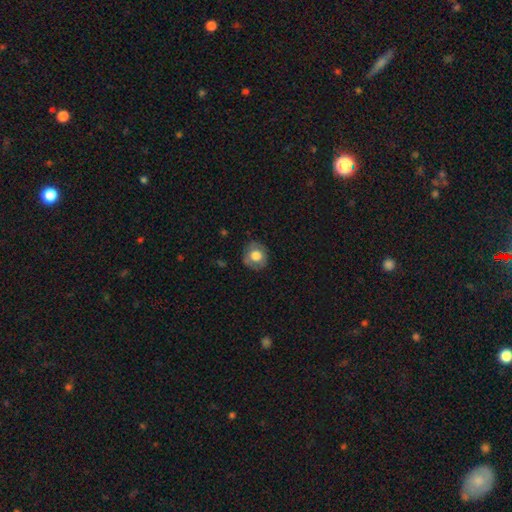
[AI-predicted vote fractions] Overall: smooth (69%). How rounded: round (81%). Merging: none (81%).